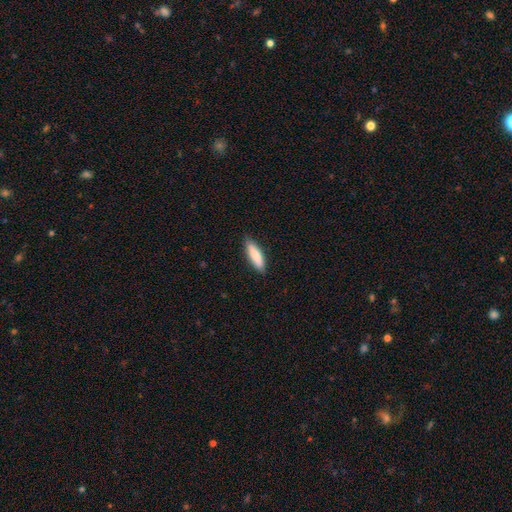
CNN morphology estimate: This appears to be a smooth galaxy with no disk features (84%) that is cigar-shaped (56%). Merging: none (85%).